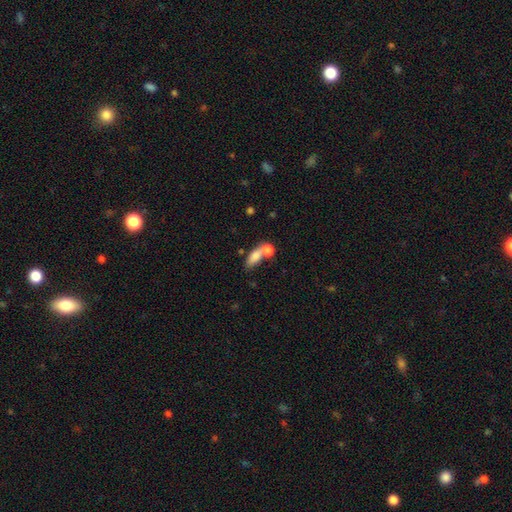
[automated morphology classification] smooth 77%, featured or disk 14%, star or artifact 9%. Down the decision tree: how rounded — in between (75%); merging — merger (53%).